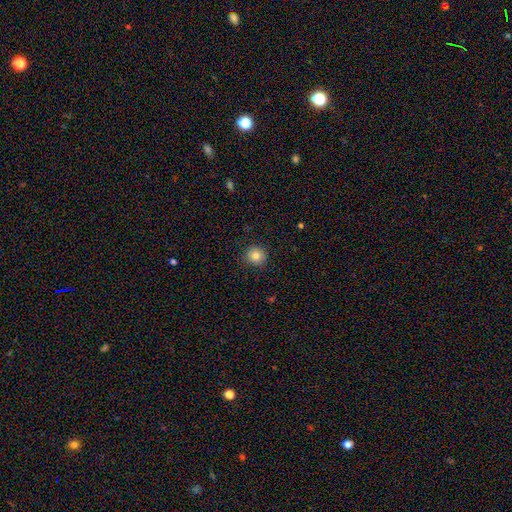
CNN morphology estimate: Smooth or featured: smooth — 82% (star or artifact — 11%)
How rounded: round — 92% (in between — 7%)
Merging: none — 90% (minor disturbance — 7%)